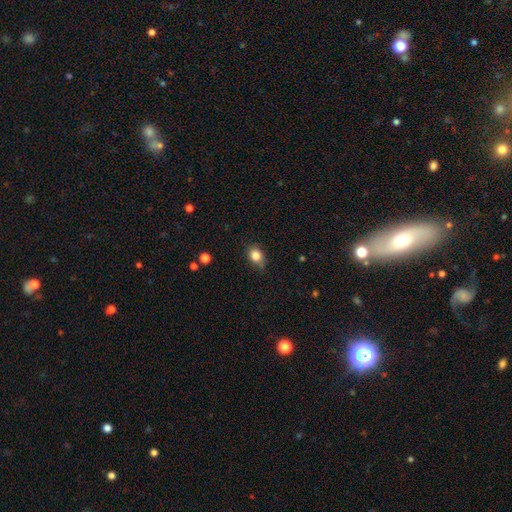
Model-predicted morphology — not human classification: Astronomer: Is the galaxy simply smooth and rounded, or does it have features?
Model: smooth — 83%.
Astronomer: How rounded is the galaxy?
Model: in between — 55% (runner-up: round, 44%).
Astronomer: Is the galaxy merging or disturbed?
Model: none — 69%.